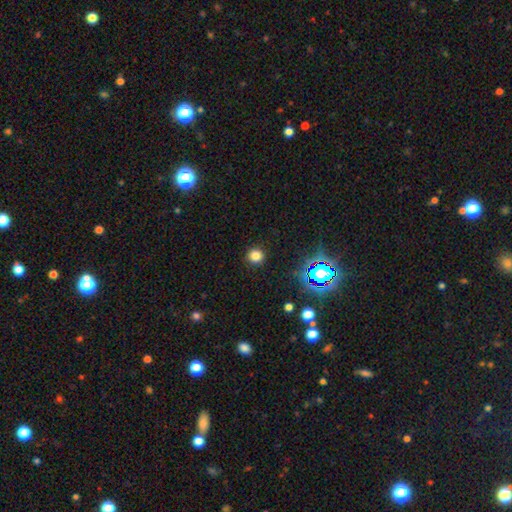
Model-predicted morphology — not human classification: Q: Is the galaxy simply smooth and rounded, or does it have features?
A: smooth — 78%.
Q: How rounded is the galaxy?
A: round — 94%.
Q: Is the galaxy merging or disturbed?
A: none — 92%.